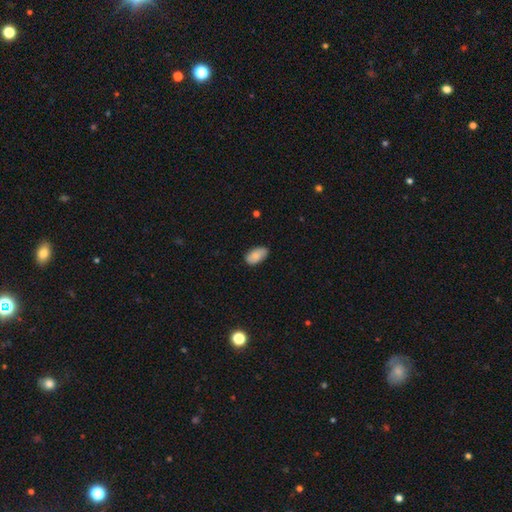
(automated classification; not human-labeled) A smooth galaxy with no disk features (82%) that is in between round and cigar-shaped (94%).

Vote fractions:
- Smooth or featured? smooth: 82% / featured or disk: 11% / star or artifact: 7%
- How rounded? in between: 94% / round: 4% / cigar-shaped: 2%
- Merging? none: 79% / minor disturbance: 17% / major disturbance: 3% / merger: 1%